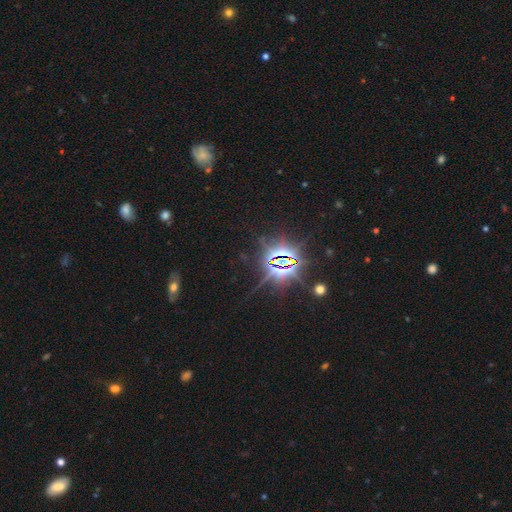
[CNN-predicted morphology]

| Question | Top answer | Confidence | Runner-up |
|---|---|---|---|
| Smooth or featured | star or artifact | 81% | smooth (12%) |